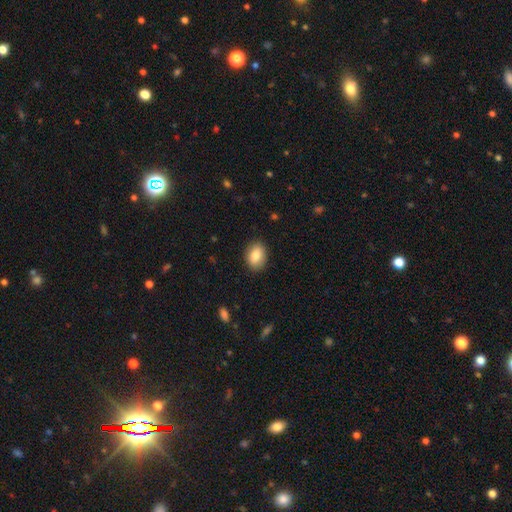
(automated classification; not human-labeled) Morphology: type=smooth (84%); roundness=in between (81%); merging=none (88%).